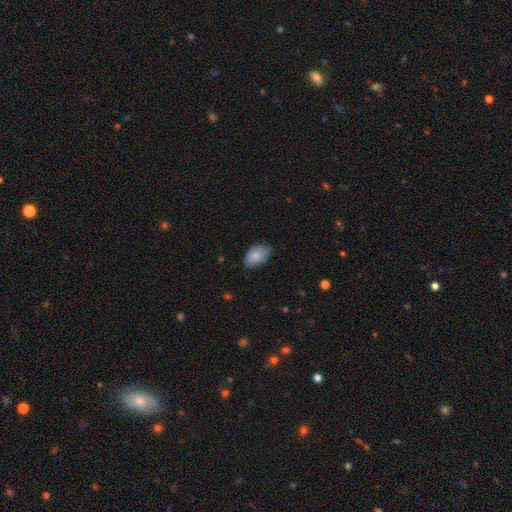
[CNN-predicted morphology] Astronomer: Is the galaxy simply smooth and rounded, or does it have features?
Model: smooth — 82%.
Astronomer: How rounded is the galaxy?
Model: in between — 91%.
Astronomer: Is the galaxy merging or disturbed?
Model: none — 70%.